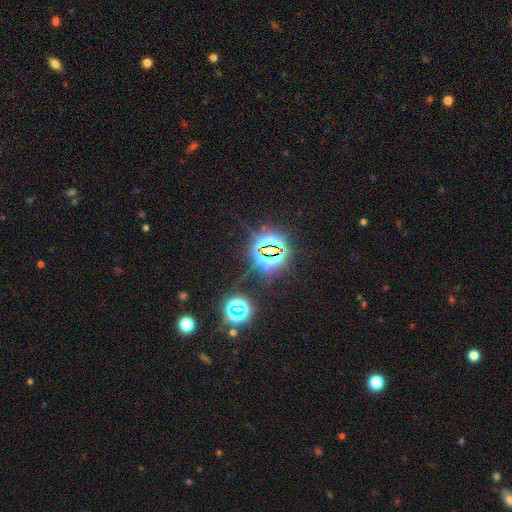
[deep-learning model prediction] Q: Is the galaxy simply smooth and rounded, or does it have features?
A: star or artifact — 80%.